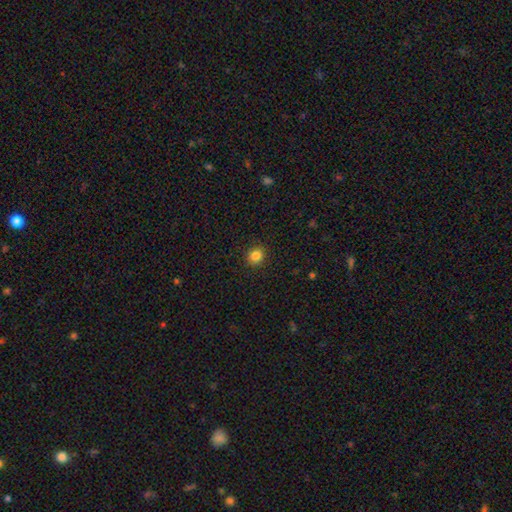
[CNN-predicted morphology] smooth 83%, star or artifact 12%, featured or disk 5%. Down the decision tree: how rounded — round (85%); merging — none (91%).